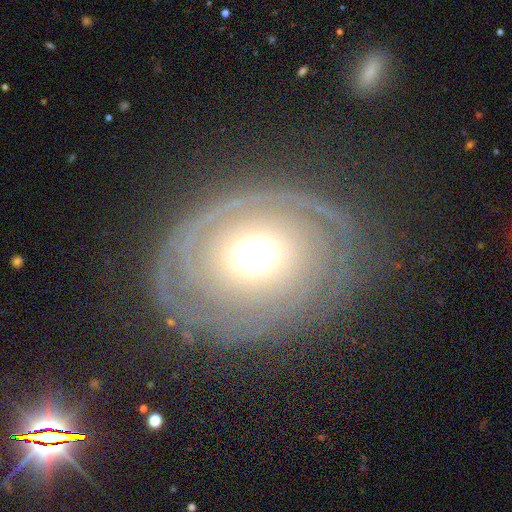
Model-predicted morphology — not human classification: Smooth or featured? Predicted: featured or disk (p=0.77). Edge-on disk? Predicted: no (p=0.95). Bar? Predicted: no (p=0.81). Spiral arms? Predicted: yes (p=0.76). Spiral winding? Predicted: tight (p=0.70). Spiral arm count? Predicted: can't tell (p=0.33). Bulge size? Predicted: moderate (p=0.54). Merging? Predicted: none (p=0.74).